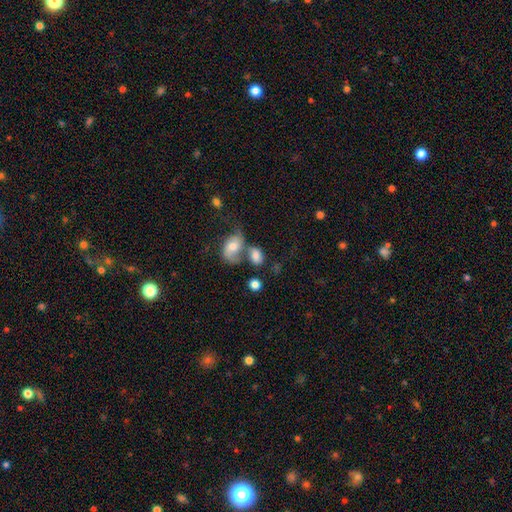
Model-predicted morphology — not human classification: A smooth galaxy with no disk features (73%) that is in between round and cigar-shaped (75%).

Vote fractions:
- Smooth or featured? smooth: 73% / featured or disk: 17% / star or artifact: 9%
- How rounded? in between: 75% / round: 23% / cigar-shaped: 2%
- Merging? merger: 45% / none: 32% / minor disturbance: 13% / major disturbance: 10%